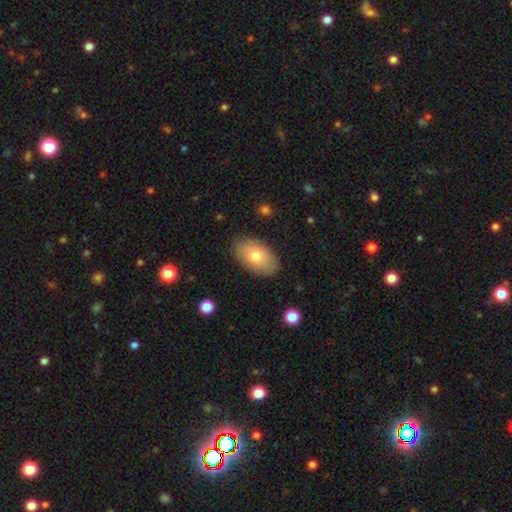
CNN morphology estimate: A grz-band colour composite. It shows a smooth galaxy with no disk features (74%) that is in between round and cigar-shaped (93%). Merging: none (85%).